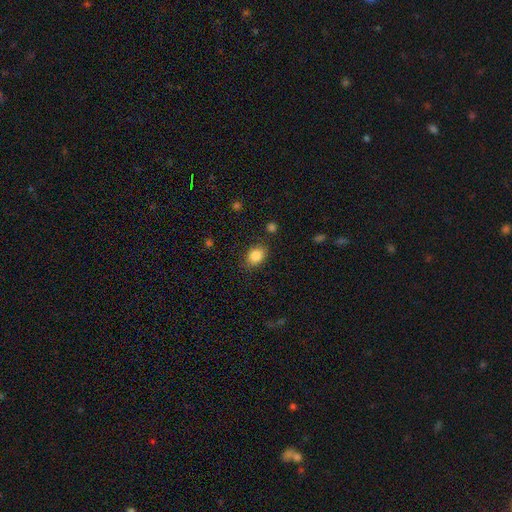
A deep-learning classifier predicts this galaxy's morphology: smooth_or_featured: smooth (p=0.86) [alt: star or artifact p=0.09]
how_rounded: in between (p=0.65) [alt: round p=0.34]
merging: none (p=0.81) [alt: minor disturbance p=0.13]